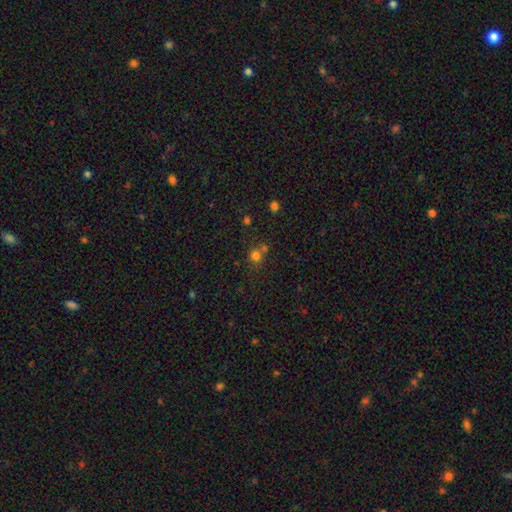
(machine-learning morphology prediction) A smooth galaxy with no disk features (76%) that is round (86%).

Vote fractions:
- Smooth or featured? smooth: 76% / star or artifact: 17% / featured or disk: 7%
- How rounded? round: 86% / in between: 13% / cigar-shaped: 1%
- Merging? none: 59% / merger: 27% / minor disturbance: 10% / major disturbance: 4%